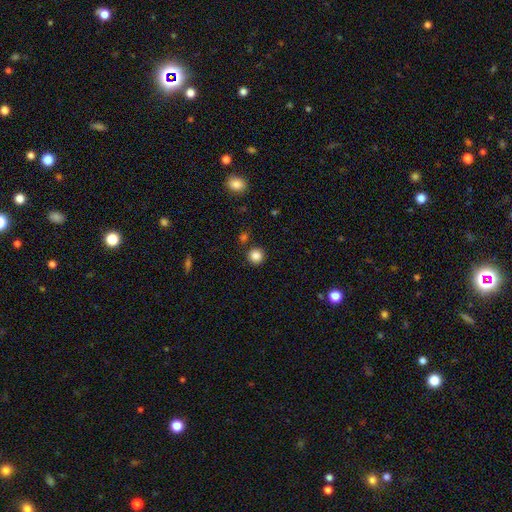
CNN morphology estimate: smooth 85%, star or artifact 11%, featured or disk 4%. Down the decision tree: how rounded — round (94%); merging — none (87%).